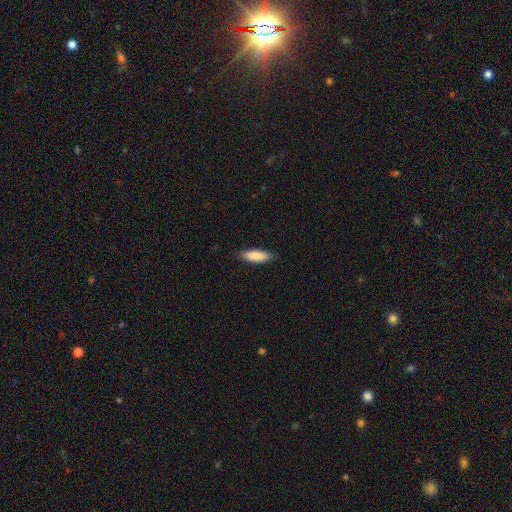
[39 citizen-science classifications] smooth_or_featured: smooth (p=0.87) [alt: star or artifact p=0.10]
how_rounded: cigar-shaped (p=0.50) [alt: in between p=0.47]
merging: none (p=0.89) [alt: merger p=0.06]